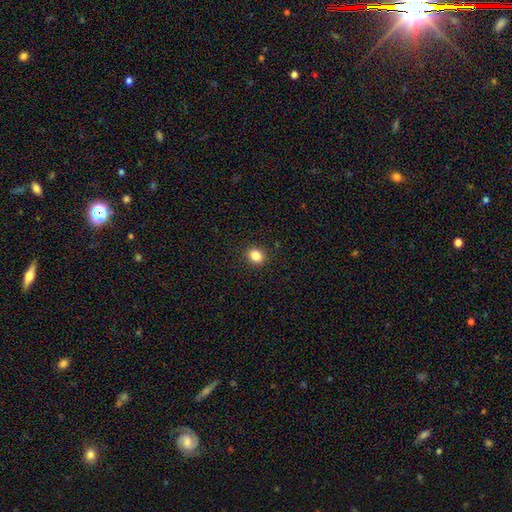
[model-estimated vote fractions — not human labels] The model was most divided on "how rounded": round: 61%, in between: 38%, cigar-shaped: 1%. More confident: merging — none (91%); smooth or featured — smooth (84%).